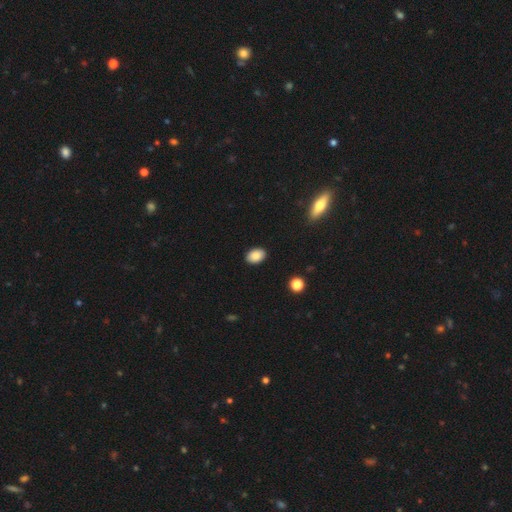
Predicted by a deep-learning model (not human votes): A smooth galaxy with no disk features (86%) that is in between round and cigar-shaped (83%). Merging: none (89%).